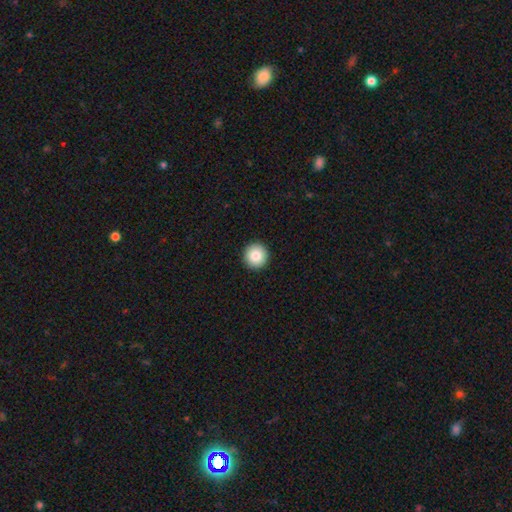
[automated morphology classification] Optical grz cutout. It shows a smooth galaxy with no disk features (85%) that is round (96%). Merging: none (94%).